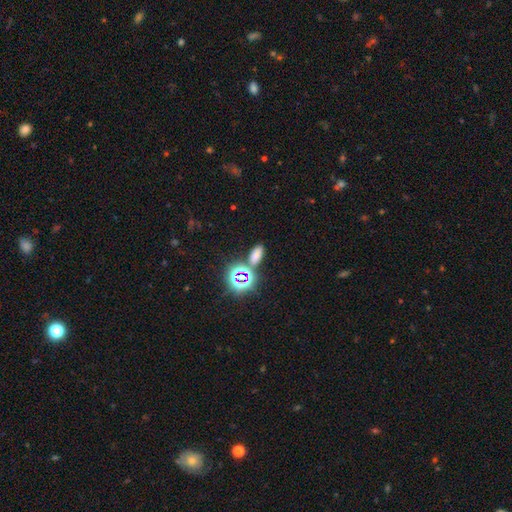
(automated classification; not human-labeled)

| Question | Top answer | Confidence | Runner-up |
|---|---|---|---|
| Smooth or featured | smooth | 62% | star or artifact (31%) |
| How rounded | in between | 86% | round (9%) |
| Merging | none | 75% | merger (11%) |